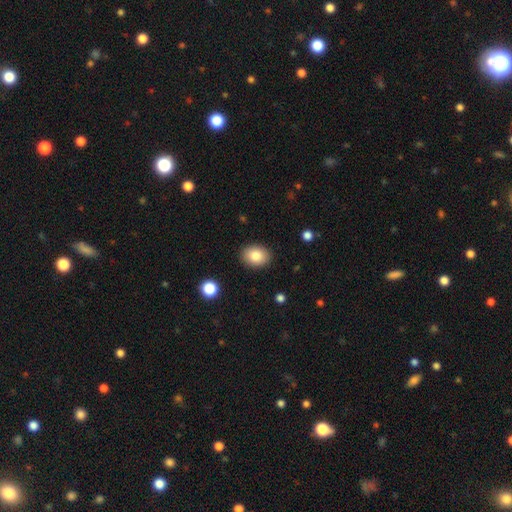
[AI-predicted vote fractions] This appears to be a smooth galaxy with no disk features (84%) that is in between round and cigar-shaped (64%). Merging: none (89%).